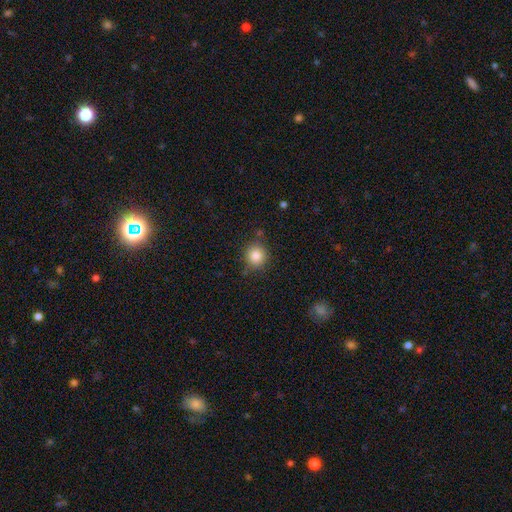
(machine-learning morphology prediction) type=smooth (84%); roundness=round (91%); merging=none (82%).